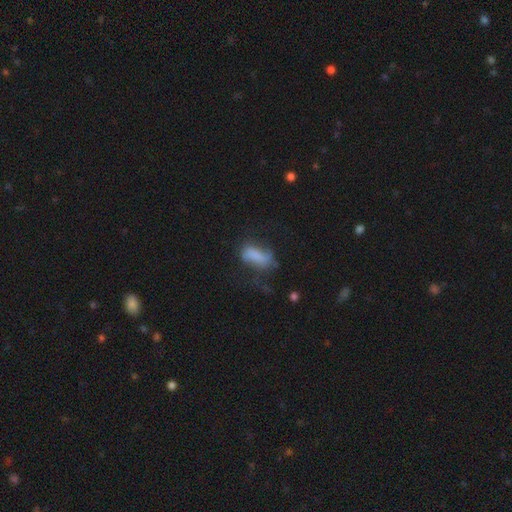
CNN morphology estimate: Smooth or featured? Predicted: smooth (p=0.63). How rounded? Predicted: in between (p=0.79). Merging? Predicted: none (p=0.37).